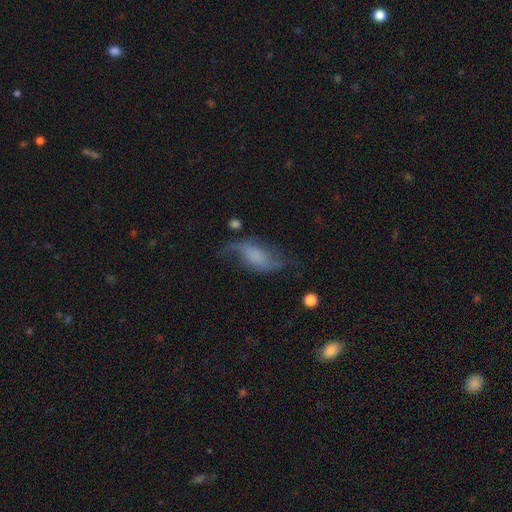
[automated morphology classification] A featured or disk galaxy (54%). Merging: none (45%).